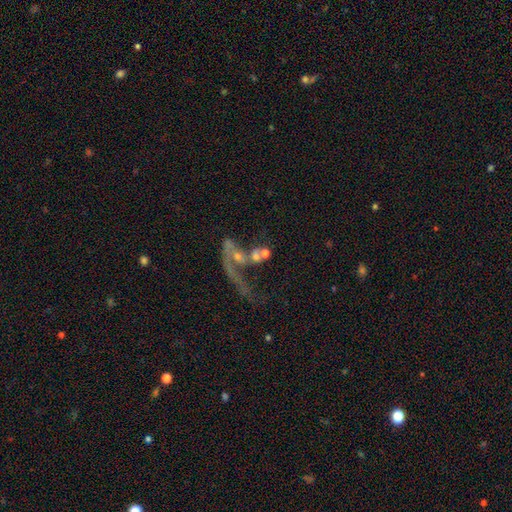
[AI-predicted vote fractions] Q: Smooth or featured?
A: featured or disk (61%); runner-up: smooth (26%)
Q: Edge-on disk?
A: no (95%); runner-up: yes (5%)
Q: Bar?
A: no (73%); runner-up: weak (20%)
Q: Spiral arms?
A: yes (58%); runner-up: no (42%)
Q: Bulge size?
A: small (42%); runner-up: moderate (32%)
Q: Merging?
A: merger (46%); runner-up: major disturbance (31%)